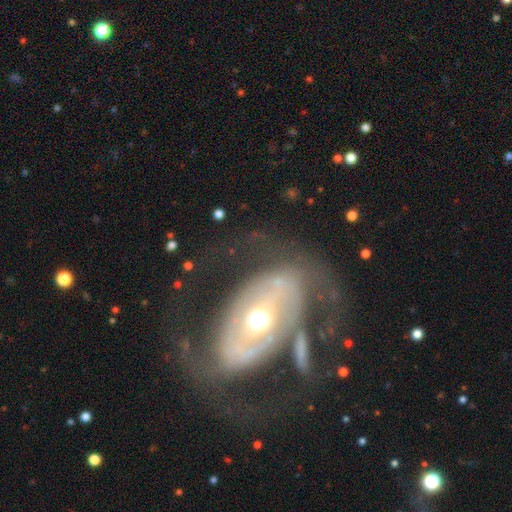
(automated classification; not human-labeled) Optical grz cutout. It shows a featured or disk galaxy (77%) with no bar (42%), spiral arms (60%) and a moderate central bulge (61%). Merging: none (59%).